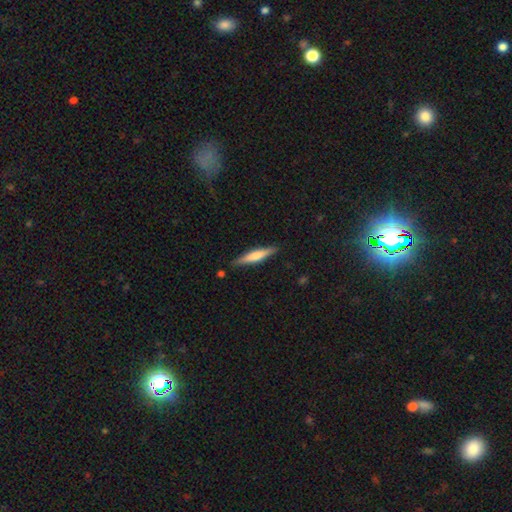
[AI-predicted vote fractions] smooth 54%, featured or disk 40%, star or artifact 6%. Down the decision tree: how rounded — cigar-shaped (88%); merging — none (87%).